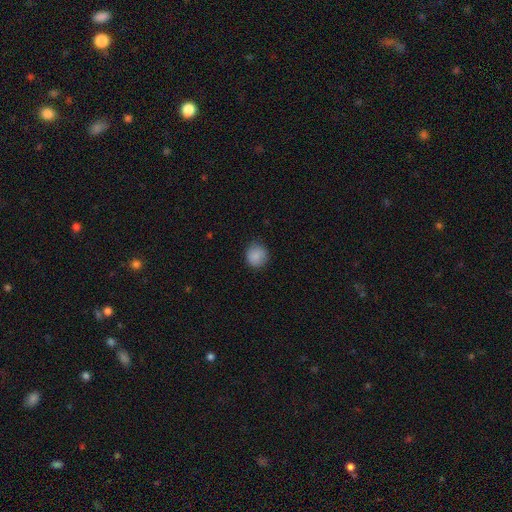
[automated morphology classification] This appears to be a smooth galaxy with no disk features (88%) that is round (86%). Merging: none (82%).